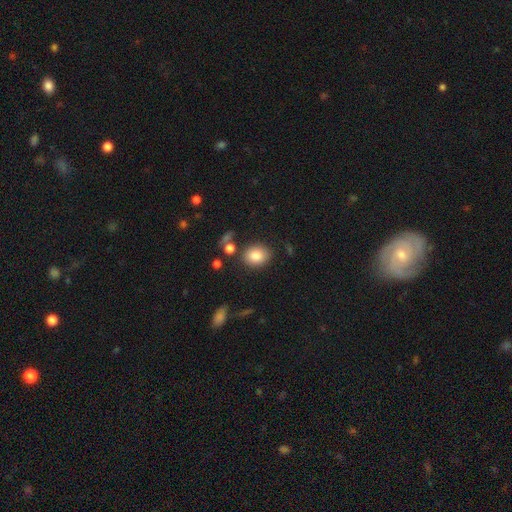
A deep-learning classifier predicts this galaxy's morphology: smooth_or_featured: smooth (p=0.83) [alt: star or artifact p=0.09]
how_rounded: in between (p=0.52) [alt: round p=0.47]
merging: none (p=0.80) [alt: minor disturbance p=0.11]